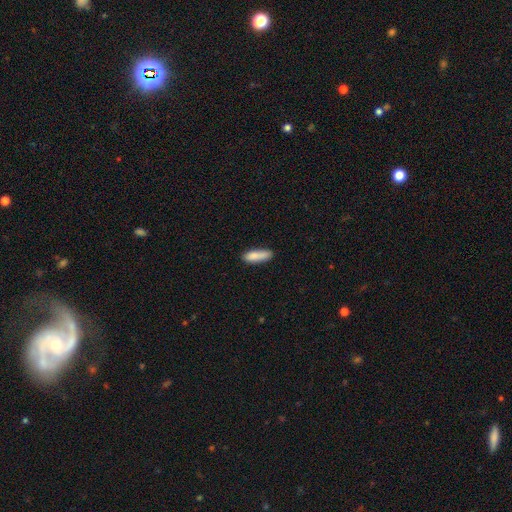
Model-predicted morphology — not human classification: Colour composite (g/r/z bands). It shows a smooth galaxy with no disk features (85%) that is cigar-shaped (50%). Merging: none (72%).